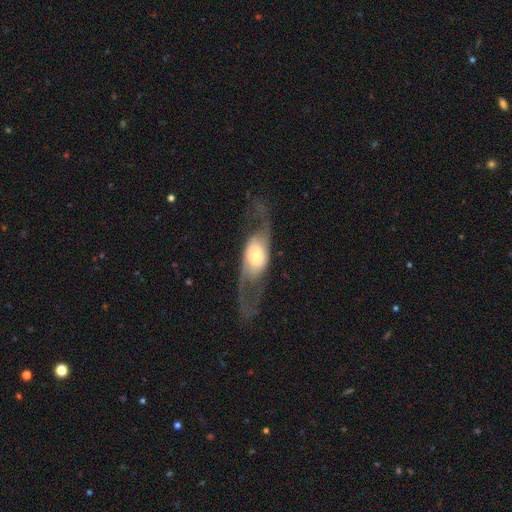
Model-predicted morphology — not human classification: This is likely a featured or disk galaxy (71%). It is clearly not viewed edge-on (82%). Bar: possibly no (56%). Spiral arm pattern: clearly yes (81%). Central bulge: marginally moderate (39%). Merging: possibly none (57%).